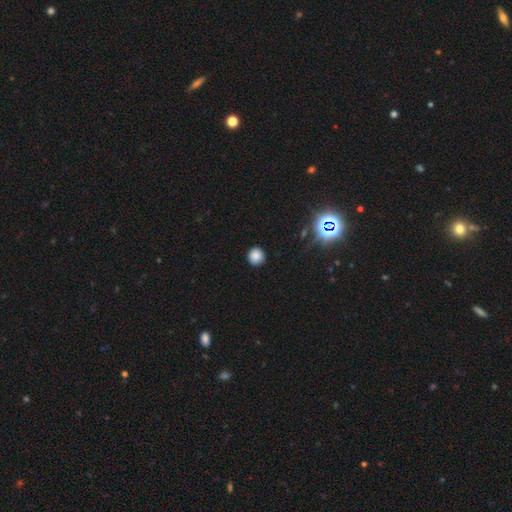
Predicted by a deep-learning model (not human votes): Smooth or featured: smooth — 83% (star or artifact — 13%)
How rounded: round — 93% (in between — 6%)
Merging: none — 90% (minor disturbance — 7%)